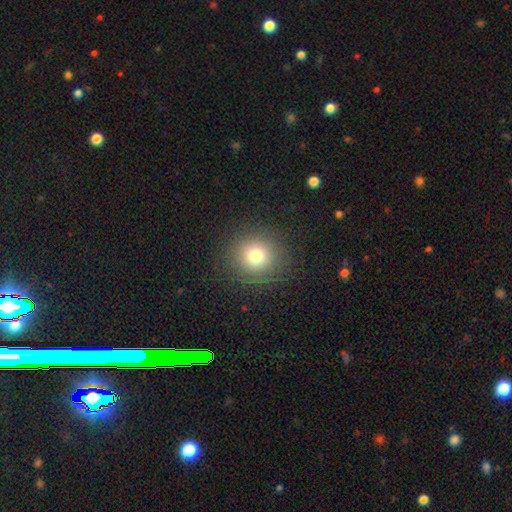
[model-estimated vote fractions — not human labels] Smooth or featured: smooth — 75% (star or artifact — 15%)
How rounded: round — 93% (in between — 6%)
Merging: none — 89% (minor disturbance — 7%)